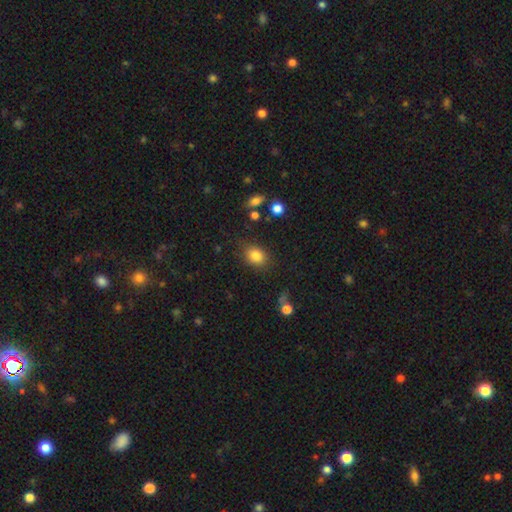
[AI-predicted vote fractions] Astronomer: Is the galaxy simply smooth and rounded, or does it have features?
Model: smooth — 83%.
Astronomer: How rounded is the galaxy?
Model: in between — 55% (runner-up: round, 43%).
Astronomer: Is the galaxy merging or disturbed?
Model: none — 80%.